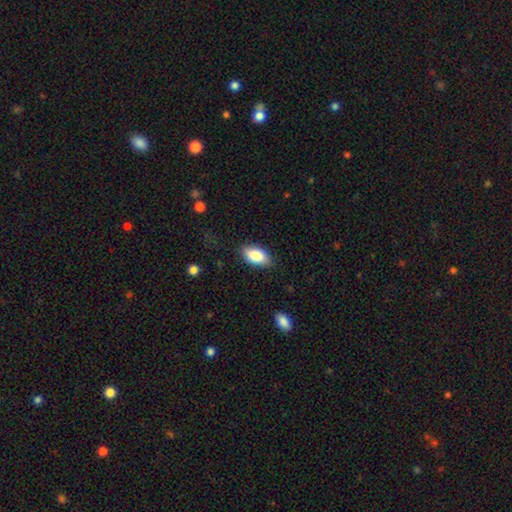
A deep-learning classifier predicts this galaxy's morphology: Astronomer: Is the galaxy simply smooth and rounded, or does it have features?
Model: smooth — 86%.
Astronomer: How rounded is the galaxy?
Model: in between — 93%.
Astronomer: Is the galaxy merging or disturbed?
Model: none — 83%.